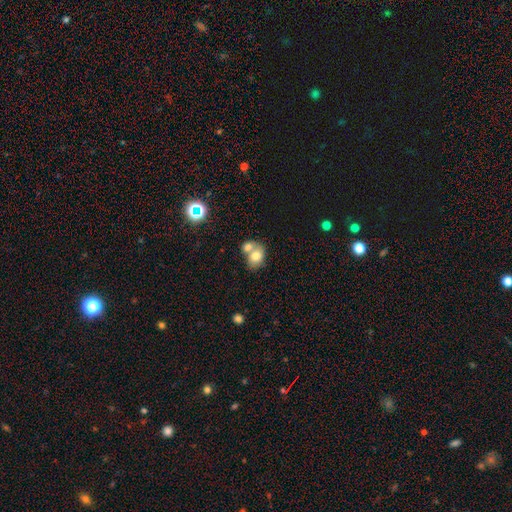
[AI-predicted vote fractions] A smooth galaxy with no disk features (74%) that is in between round and cigar-shaped (57%).

Vote fractions:
- Smooth or featured? smooth: 74% / featured or disk: 17% / star or artifact: 9%
- How rounded? in between: 57% / round: 42% / cigar-shaped: 1%
- Merging? merger: 62% / none: 26% / minor disturbance: 8% / major disturbance: 4%